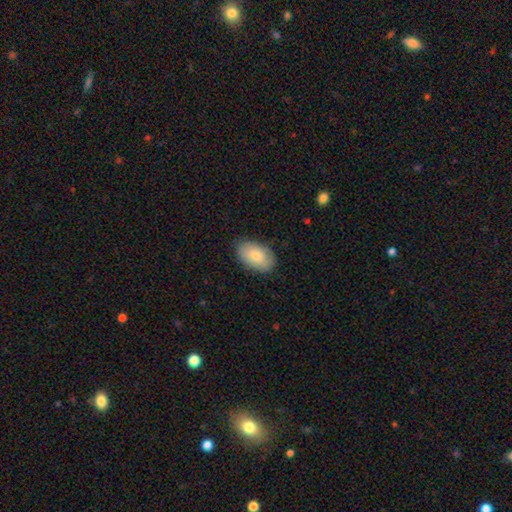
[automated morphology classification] smooth-or-featured: smooth: 81% | featured or disk: 13% | star or artifact: 6%
  how-rounded: in between: 92% | round: 6% | cigar-shaped: 1%
  merging: none: 84% | minor disturbance: 13% | major disturbance: 2% | merger: 1%